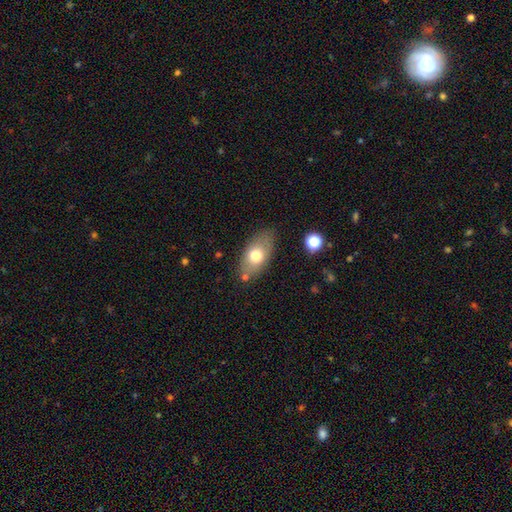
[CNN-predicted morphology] Smooth or featured: smooth — 70% (featured or disk — 22%)
How rounded: in between — 89% (round — 7%)
Merging: none — 76% (minor disturbance — 16%)